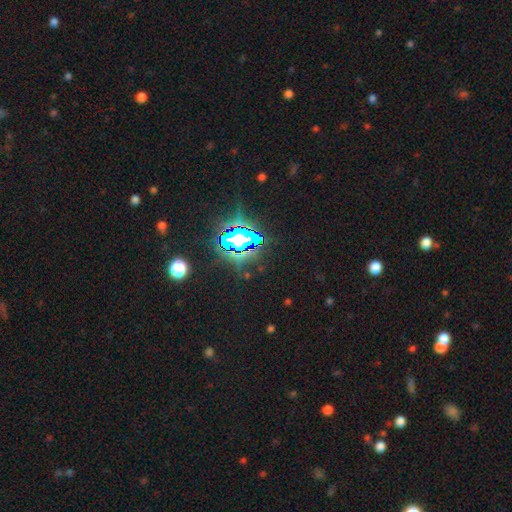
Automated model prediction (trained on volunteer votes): A star or artifact, not a galaxy (82%).

Vote fractions:
- Smooth or featured? star or artifact: 82% / smooth: 11% / featured or disk: 7%